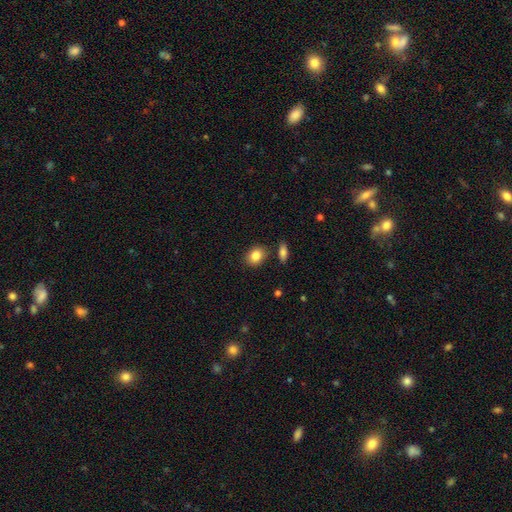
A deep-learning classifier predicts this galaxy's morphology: Overall: smooth (84%). How rounded: in between (54%; round 45%). Merging: none (82%).